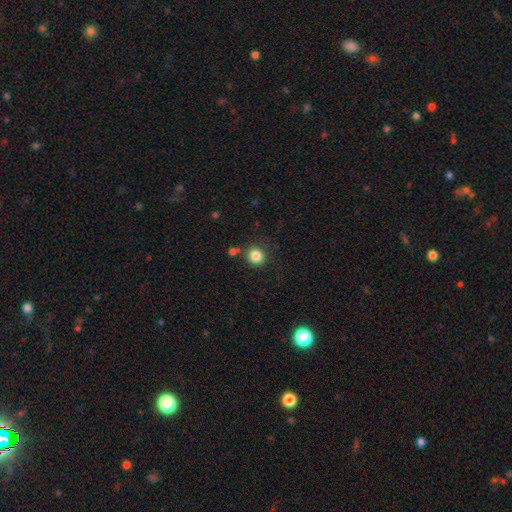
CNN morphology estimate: A smooth galaxy with no disk features (84%) that is round (89%). Merging: none (83%).